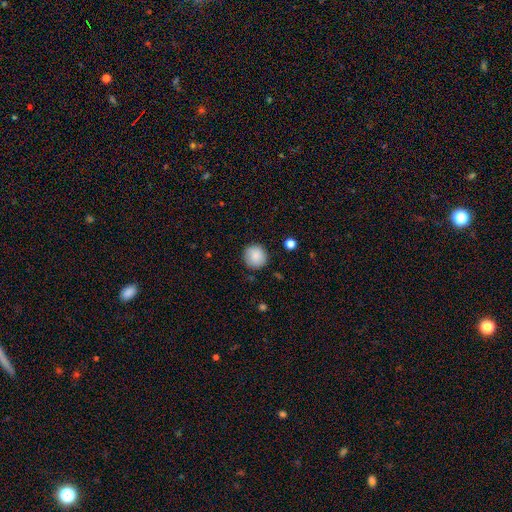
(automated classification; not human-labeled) Smooth or featured? smooth (88%)
How rounded? round (94%)
Merging? none (89%)